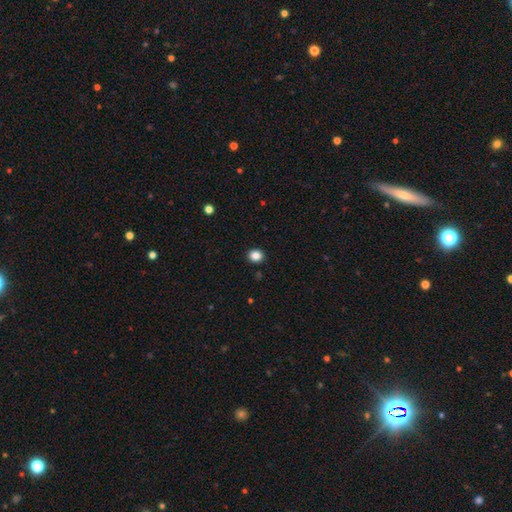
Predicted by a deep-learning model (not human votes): Smooth or featured? smooth (85%)
How rounded? round (77%)
Merging? none (92%)